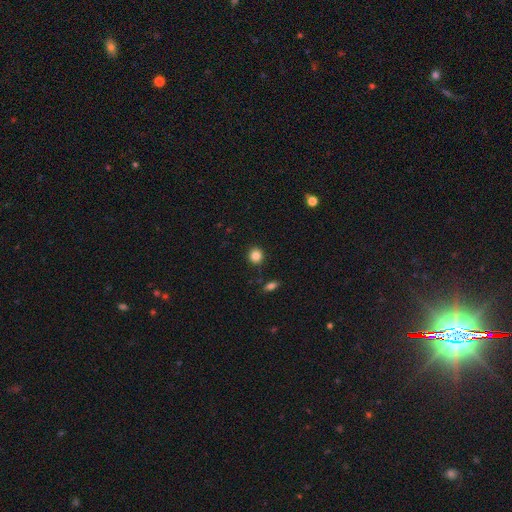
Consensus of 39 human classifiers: A smooth galaxy with no disk features (92%) that is round (86%). Merging: none (78%).